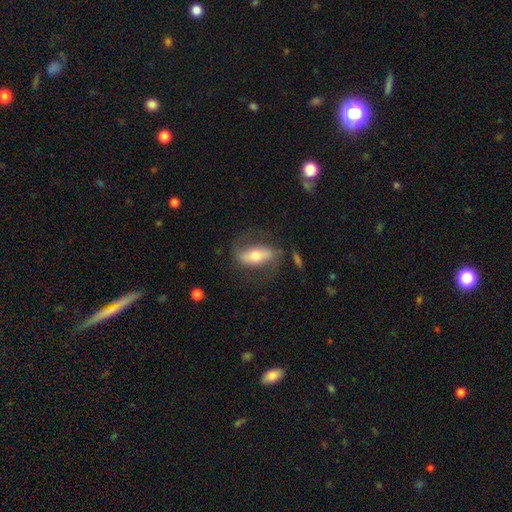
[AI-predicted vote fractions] Smooth or featured? featured or disk (59%)
Edge-on disk? no (77%)
Merging? none (68%)